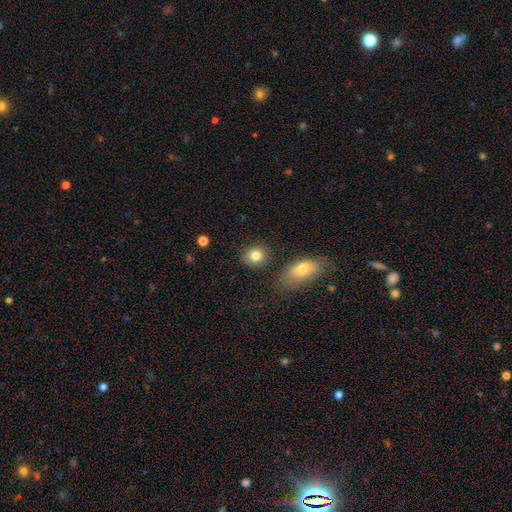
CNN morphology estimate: This is clearly a smooth galaxy (82%). How rounded: likely round (78%). Merging: clearly none (84%).